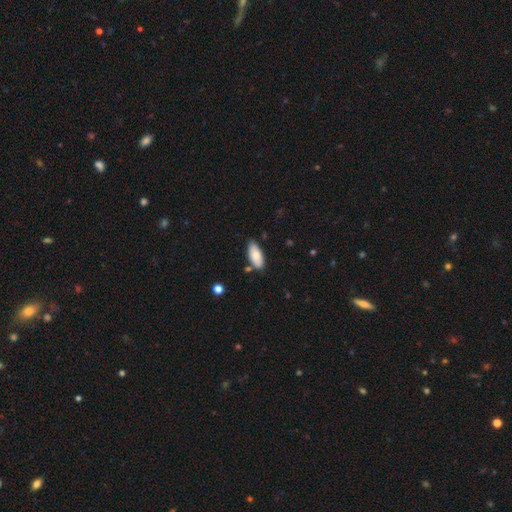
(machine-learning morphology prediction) Overall: smooth (83%). How rounded: in between (86%). Merging: none (78%).